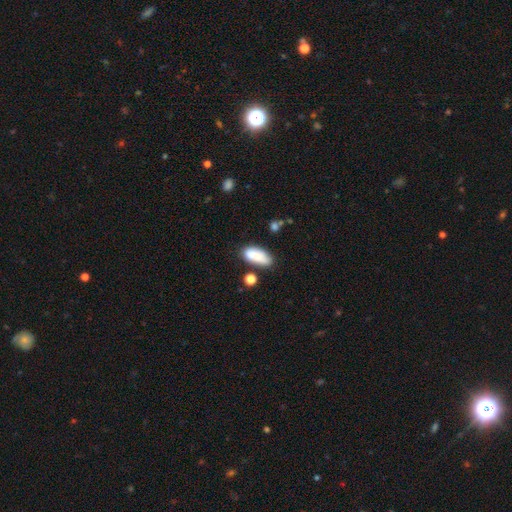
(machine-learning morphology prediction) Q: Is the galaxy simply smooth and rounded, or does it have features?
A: smooth — 80%.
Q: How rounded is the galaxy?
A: in between — 83%.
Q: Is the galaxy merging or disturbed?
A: none — 63%.